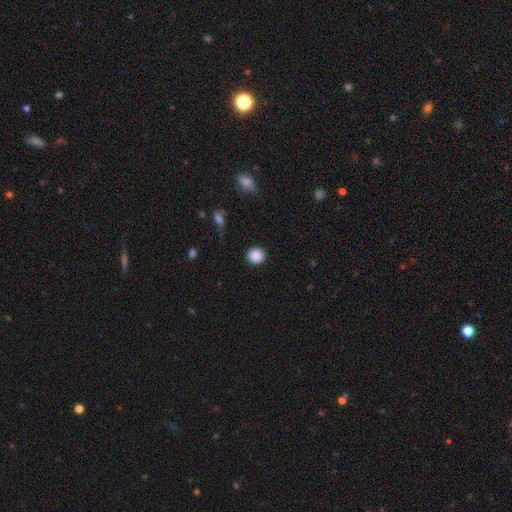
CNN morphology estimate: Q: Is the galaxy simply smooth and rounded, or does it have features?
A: smooth — 88%.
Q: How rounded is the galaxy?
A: round — 91%.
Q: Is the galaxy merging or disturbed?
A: none — 90%.